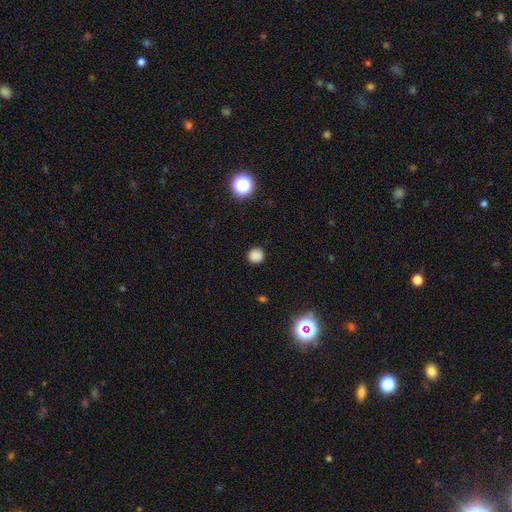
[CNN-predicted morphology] type=smooth (84%); roundness=round (92%); merging=none (91%).